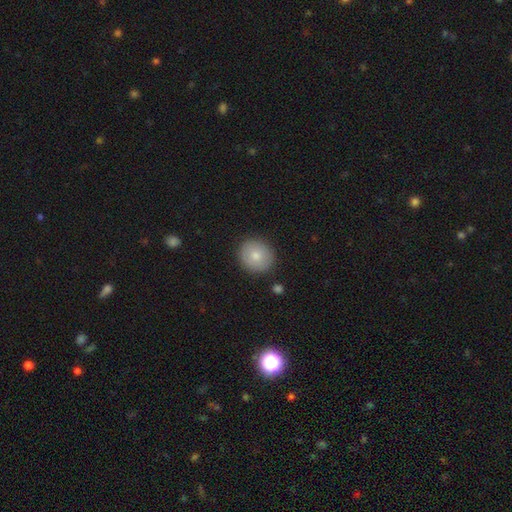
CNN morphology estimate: This is likely a smooth galaxy (79%). How rounded: clearly round (85%). Merging: clearly none (87%).